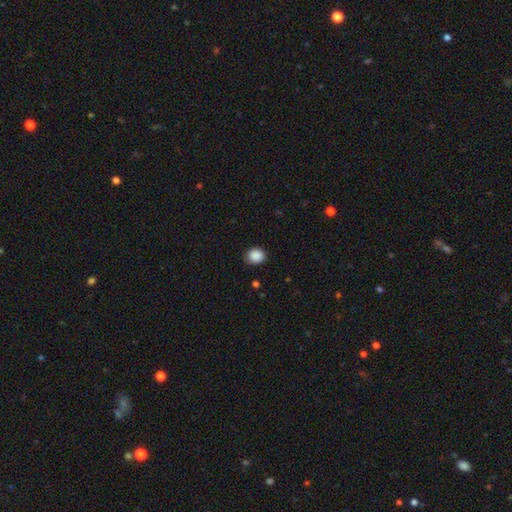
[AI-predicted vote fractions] smooth 89%, star or artifact 9%, featured or disk 3%. Down the decision tree: how rounded — round (65%); merging — none (86%).